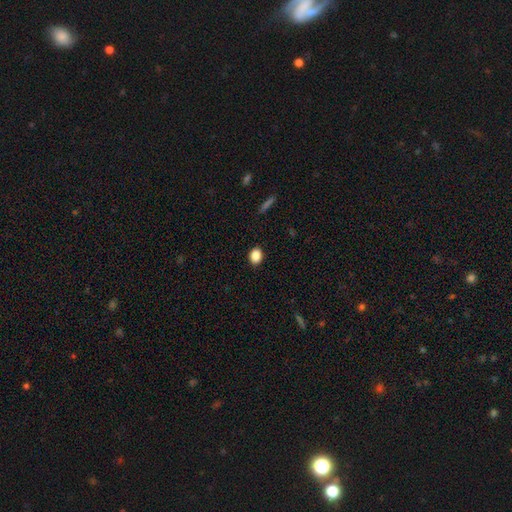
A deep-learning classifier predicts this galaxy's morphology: smooth_or_featured: smooth (p=0.87) [alt: star or artifact p=0.09]
how_rounded: in between (p=0.52) [alt: round p=0.46]
merging: none (p=0.90) [alt: minor disturbance p=0.07]